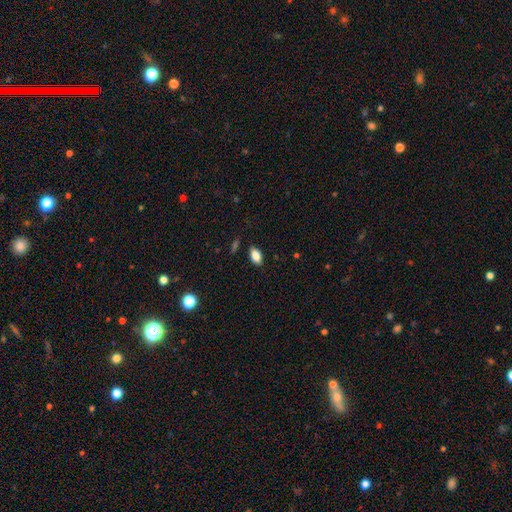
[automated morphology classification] Smooth or featured?
  - smooth: 83% *
  - featured or disk: 9%
  - star or artifact: 8%
How rounded?
  - in between: 90% *
  - round: 6%
  - cigar-shaped: 4%
Merging?
  - none: 86% *
  - minor disturbance: 10%
  - major disturbance: 2%
  - merger: 1%